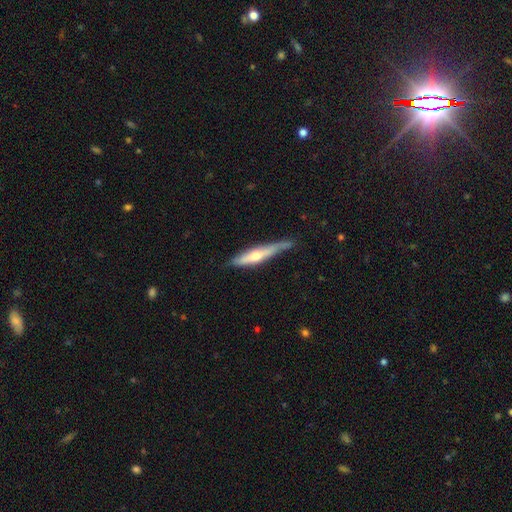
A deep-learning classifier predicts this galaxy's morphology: featured or disk 54%, smooth 41%, star or artifact 5%. Down the decision tree: edge-on disk — yes (90%); merging — none (62%).